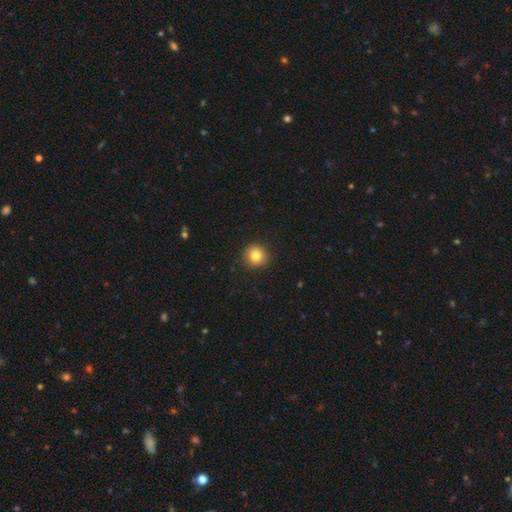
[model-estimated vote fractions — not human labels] The model was most divided on "smooth or featured": smooth: 83%, star or artifact: 10%, featured or disk: 7%. More confident: how rounded — round (93%); merging — none (91%).